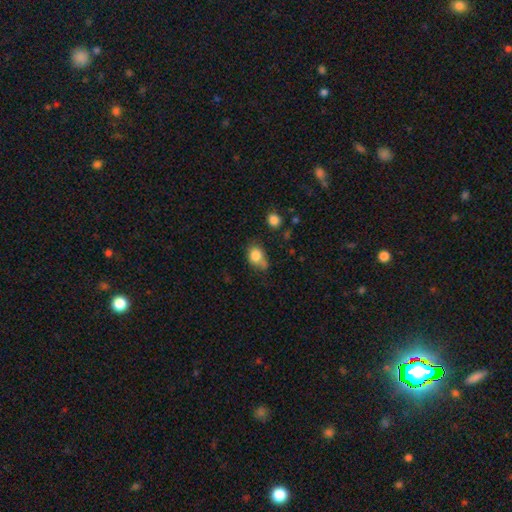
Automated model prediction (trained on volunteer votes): smooth 81%, star or artifact 10%, featured or disk 9%. Down the decision tree: how rounded — round (52%); merging — none (48%).